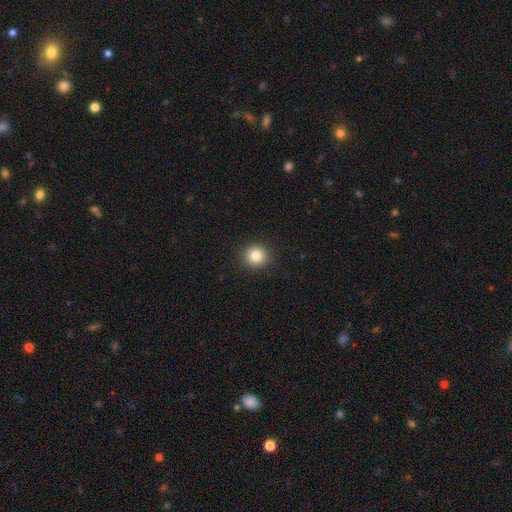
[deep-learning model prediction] The model was most divided on "smooth or featured": smooth: 83%, star or artifact: 11%, featured or disk: 6%. More confident: how rounded — round (93%); merging — none (92%).